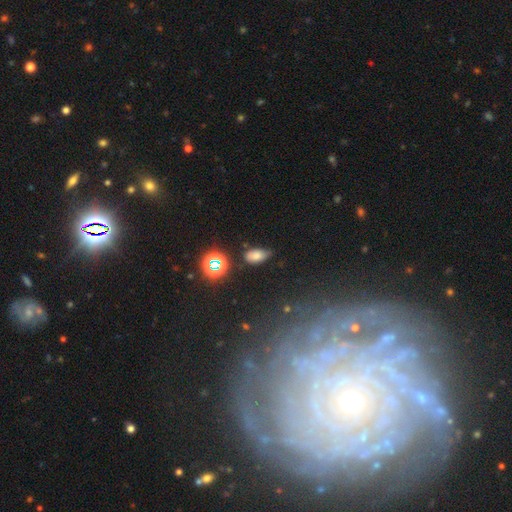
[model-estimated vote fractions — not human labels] Q: Smooth or featured?
A: smooth (70%); runner-up: star or artifact (20%)
Q: How rounded?
A: in between (90%); runner-up: round (7%)
Q: Merging?
A: none (60%); runner-up: minor disturbance (29%)